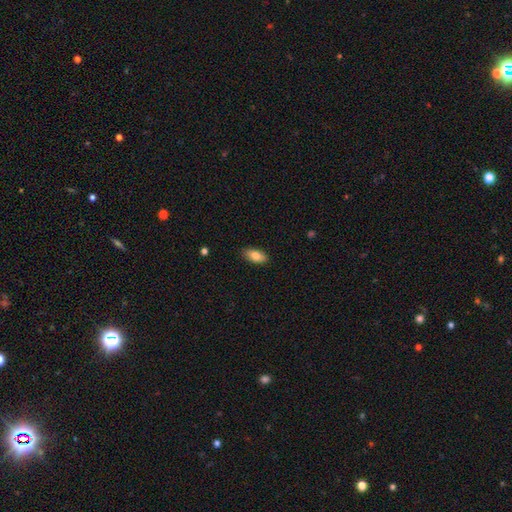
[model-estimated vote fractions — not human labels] Q: Smooth or featured?
A: smooth (81%); runner-up: featured or disk (12%)
Q: How rounded?
A: in between (89%); runner-up: cigar-shaped (7%)
Q: Merging?
A: none (89%); runner-up: minor disturbance (9%)